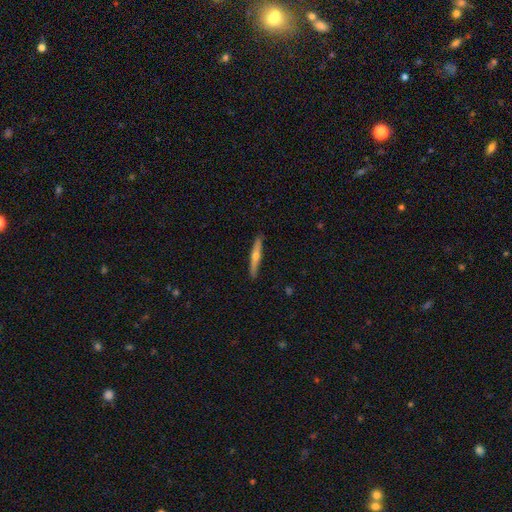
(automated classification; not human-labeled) The model was most divided on "smooth or featured": featured or disk: 53%, smooth: 41%, star or artifact: 6%. More confident: edge-on disk — yes (96%); merging — none (90%); edge-on bulge — rounded (84%).